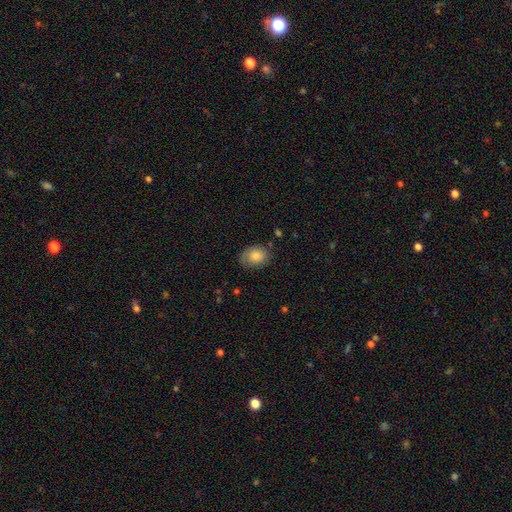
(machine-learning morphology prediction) This is likely a smooth galaxy (80%). How rounded: likely in between (72%). Merging: likely none (74%).